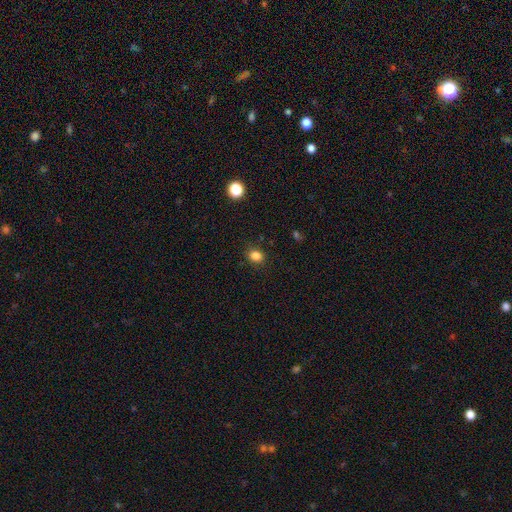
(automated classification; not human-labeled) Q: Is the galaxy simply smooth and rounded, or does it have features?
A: smooth — 84%.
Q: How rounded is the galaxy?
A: round — 55%.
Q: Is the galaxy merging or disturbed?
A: none — 87%.